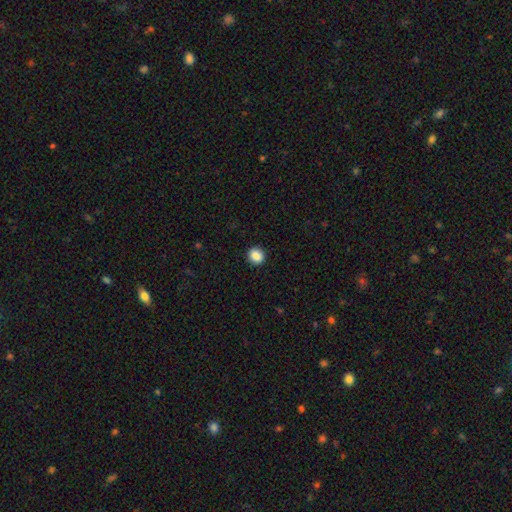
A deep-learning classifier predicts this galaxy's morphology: Smooth or featured? Predicted: smooth (p=0.87). How rounded? Predicted: round (p=0.83). Merging? Predicted: none (p=0.91).